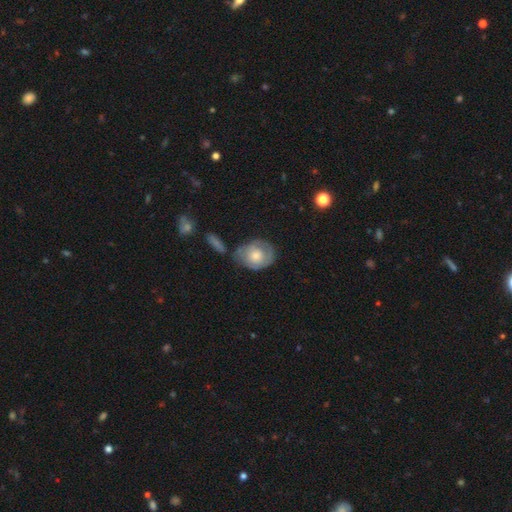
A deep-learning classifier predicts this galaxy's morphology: type=smooth (53%); roundness=round (51%); merging=none (50%).